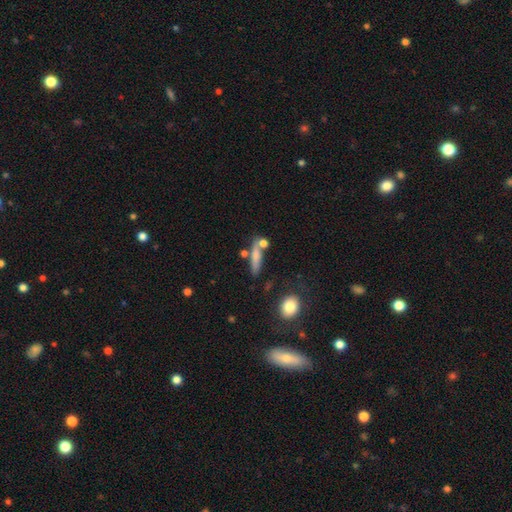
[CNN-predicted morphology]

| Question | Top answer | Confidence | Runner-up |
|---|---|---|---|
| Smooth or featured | smooth | 69% | featured or disk (22%) |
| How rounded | cigar-shaped | 77% | in between (18%) |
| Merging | none | 63% | merger (17%) |